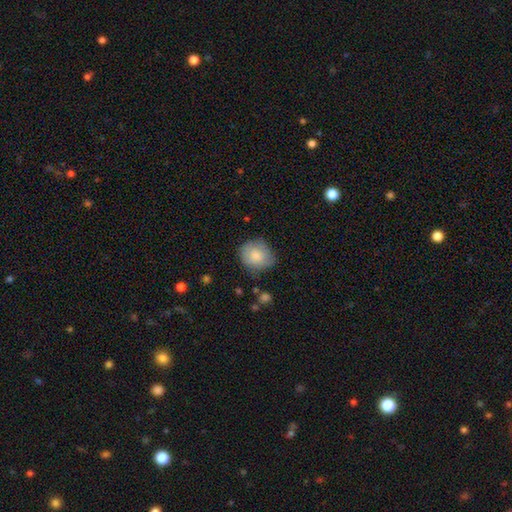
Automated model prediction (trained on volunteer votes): Morphology: type=smooth (78%); roundness=round (75%); merging=none (65%).